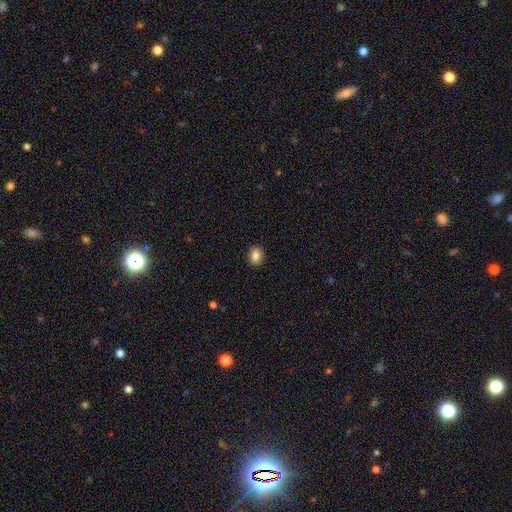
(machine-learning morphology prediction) The model was most divided on "how rounded": round: 65%, in between: 34%, cigar-shaped: 1%. More confident: merging — none (90%); smooth or featured — smooth (84%).